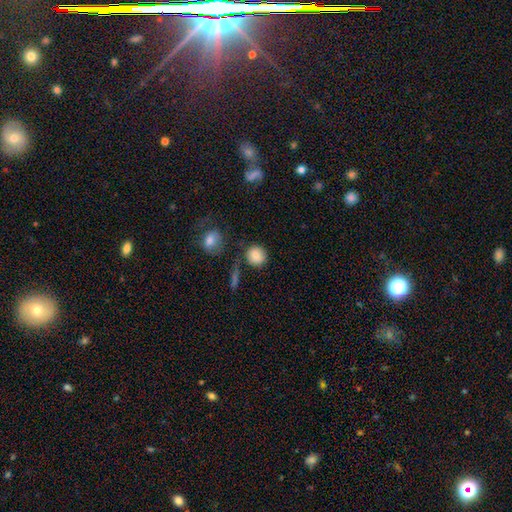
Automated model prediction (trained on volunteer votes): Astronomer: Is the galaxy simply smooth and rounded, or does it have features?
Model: smooth — 84%.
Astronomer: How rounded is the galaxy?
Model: round — 90%.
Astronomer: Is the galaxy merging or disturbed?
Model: none — 75%.